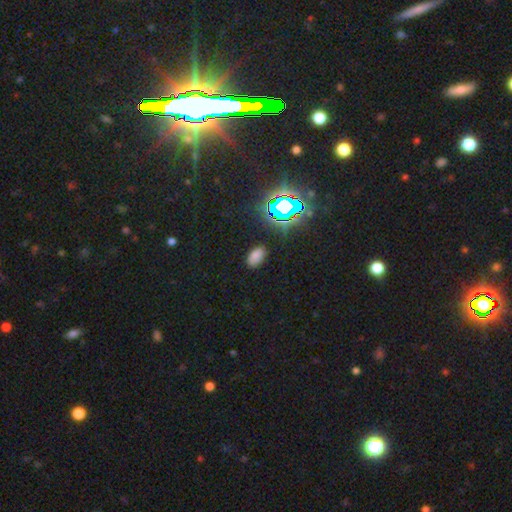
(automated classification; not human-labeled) Morphology: type=smooth (70%); roundness=in between (92%); merging=none (85%).